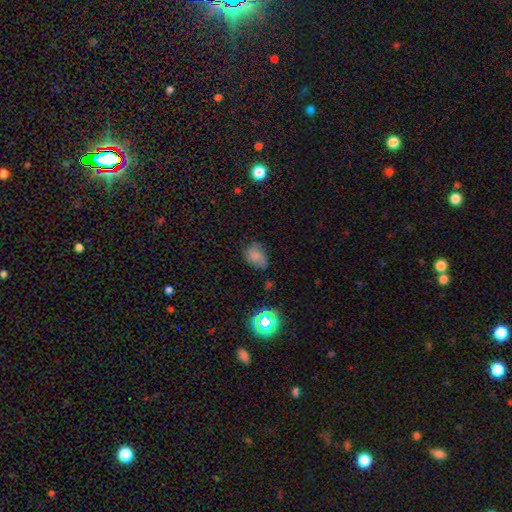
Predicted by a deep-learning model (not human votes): Morphology: type=smooth (65%); roundness=in between (67%); merging=none (51%).